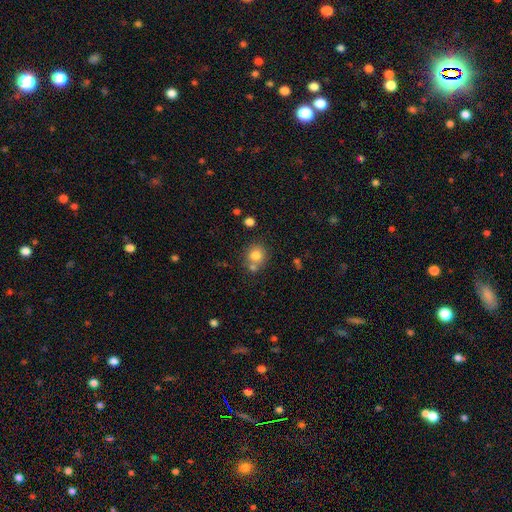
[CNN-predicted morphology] smooth_or_featured: smooth (p=0.80) [alt: star or artifact p=0.11]
how_rounded: round (p=0.84) [alt: in between p=0.15]
merging: none (p=0.61) [alt: merger p=0.25]